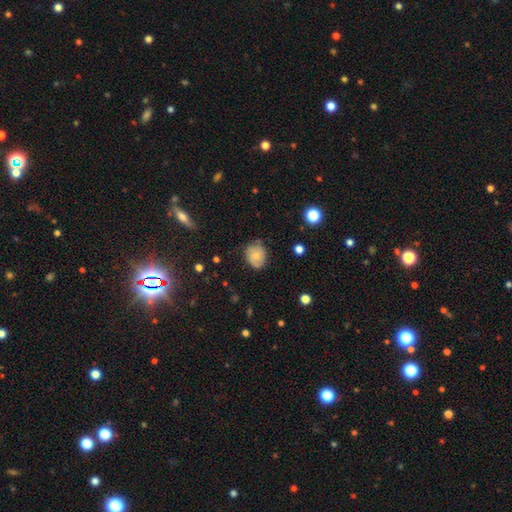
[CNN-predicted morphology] A smooth galaxy with no disk features (66%) that is round (61%). Merging: none (69%).